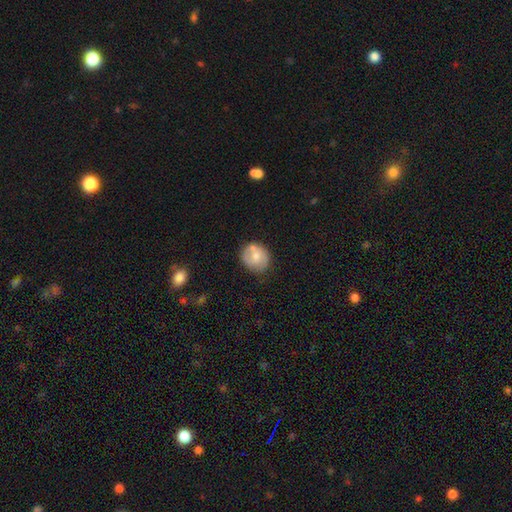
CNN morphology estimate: Smooth or featured? smooth (53%)
How rounded? round (75%)
Merging? none (62%)